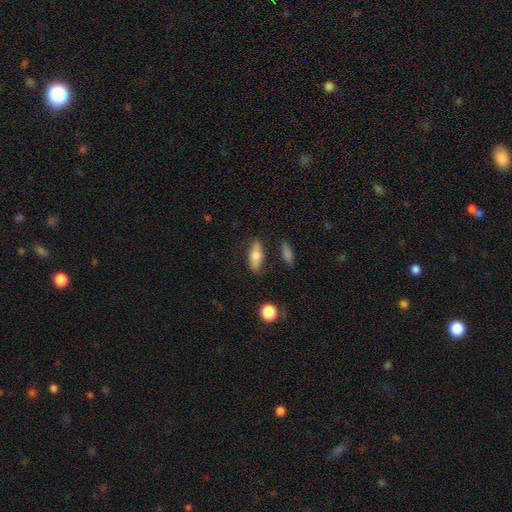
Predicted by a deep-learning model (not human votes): The model was most divided on "how rounded": in between: 67%, cigar-shaped: 30%, round: 4%. More confident: merging — none (80%); smooth or featured — smooth (68%).